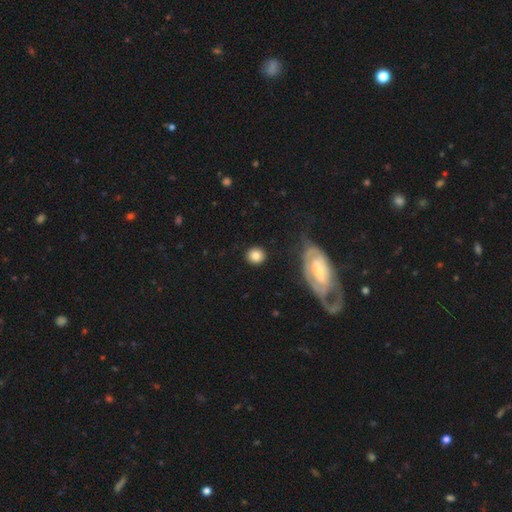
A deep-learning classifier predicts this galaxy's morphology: The model was most divided on "smooth or featured": smooth: 79%, featured or disk: 13%, star or artifact: 8%. More confident: how rounded — round (86%); merging — none (85%).